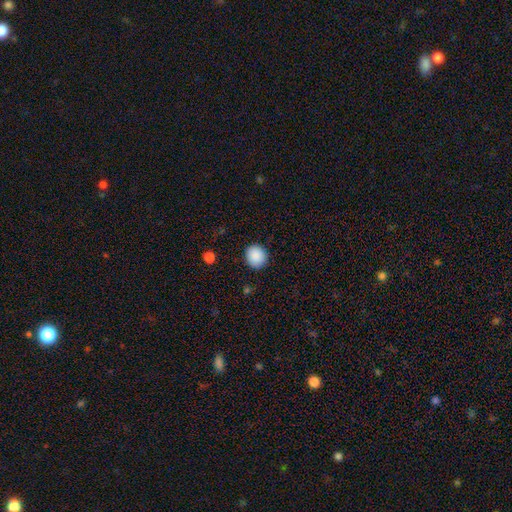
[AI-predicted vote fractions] smooth_or_featured: smooth (p=0.89) [alt: star or artifact p=0.08]
how_rounded: round (p=0.84) [alt: in between p=0.15]
merging: none (p=0.90) [alt: minor disturbance p=0.07]